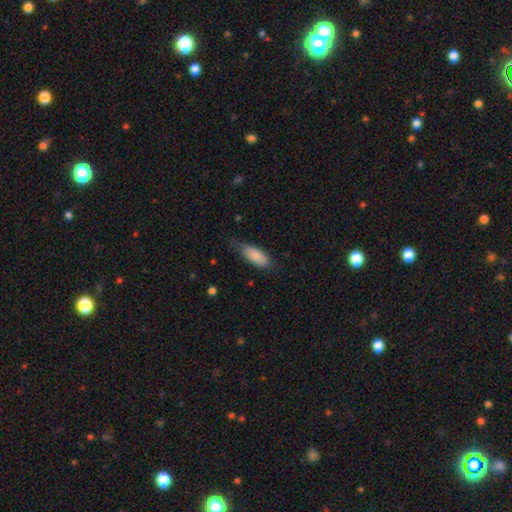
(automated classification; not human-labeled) This is clearly a smooth galaxy (86%). How rounded: clearly in between (83%). Merging: likely none (63%).